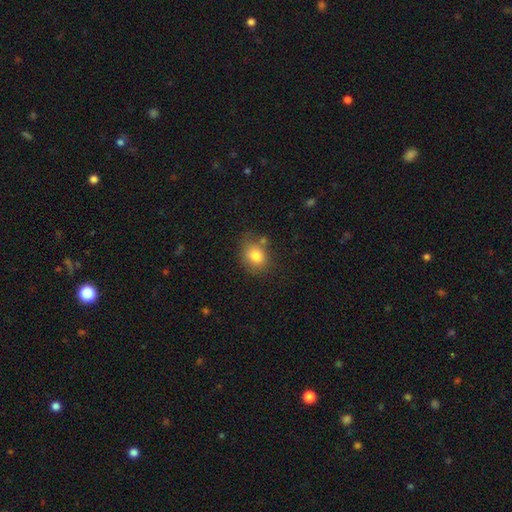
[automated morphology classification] Q: Smooth or featured?
A: smooth (81%); runner-up: star or artifact (10%)
Q: How rounded?
A: round (56%); runner-up: in between (43%)
Q: Merging?
A: none (67%); runner-up: minor disturbance (19%)